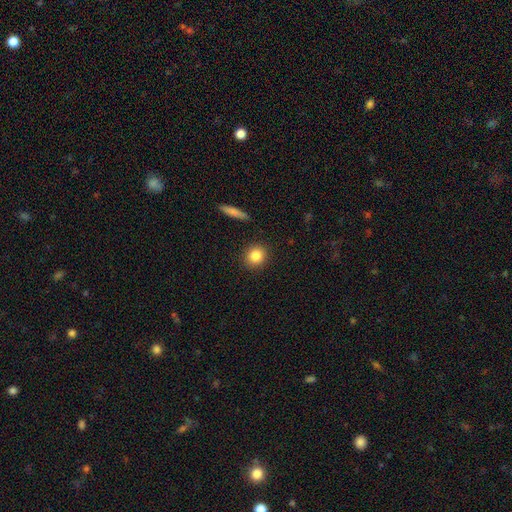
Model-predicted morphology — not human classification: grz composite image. It shows a smooth galaxy with no disk features (83%) that is round (83%). Merging: none (90%).